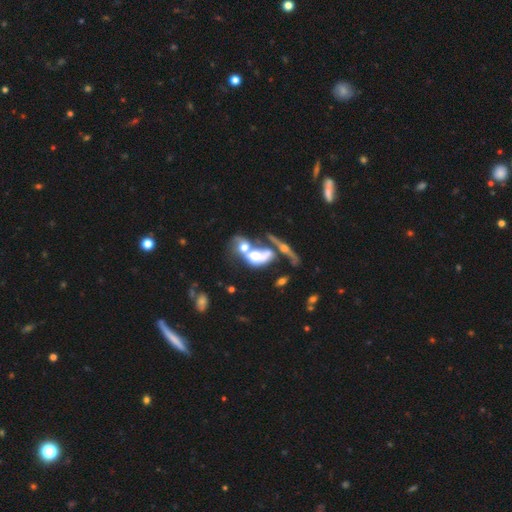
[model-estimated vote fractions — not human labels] A featured or disk galaxy (56%). Merging: merger (74%).